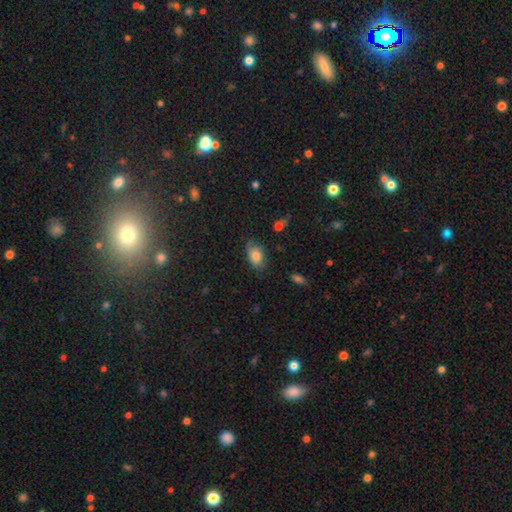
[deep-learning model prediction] smooth-or-featured: smooth: 82% | featured or disk: 10% | star or artifact: 8%
  how-rounded: in between: 88% | round: 10% | cigar-shaped: 2%
  merging: none: 70% | minor disturbance: 24% | major disturbance: 5% | merger: 2%